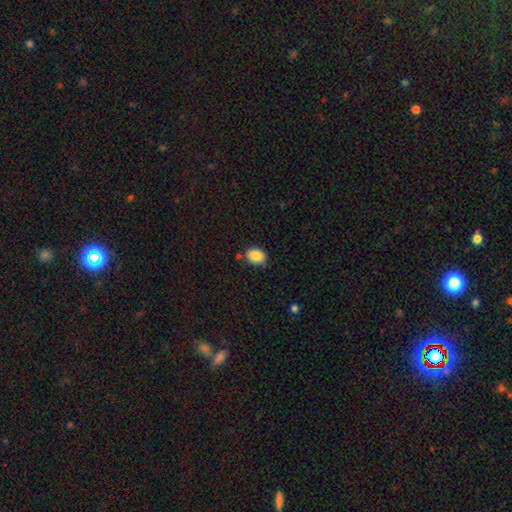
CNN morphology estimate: Smooth or featured? smooth (88%)
How rounded? in between (72%)
Merging? none (77%)